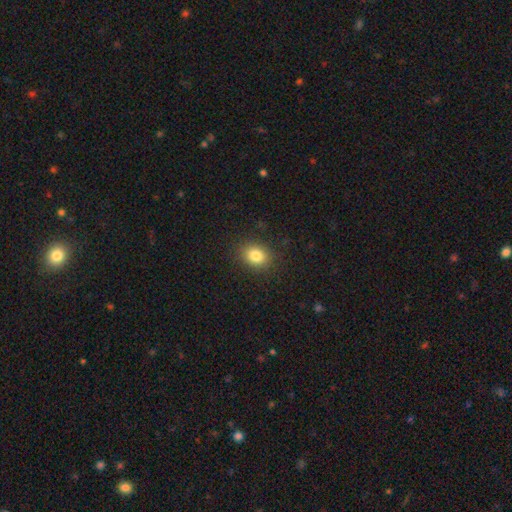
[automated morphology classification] Smooth or featured: smooth — 83% (star or artifact — 11%)
How rounded: round — 51% (in between — 48%)
Merging: none — 88% (minor disturbance — 9%)